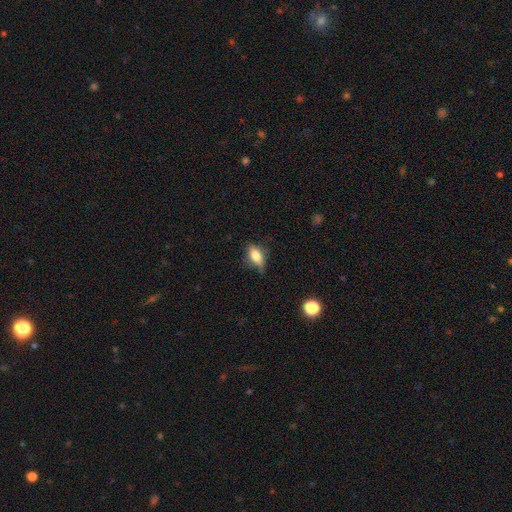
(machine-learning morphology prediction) type=smooth (73%); roundness=in between (82%); merging=none (59%).